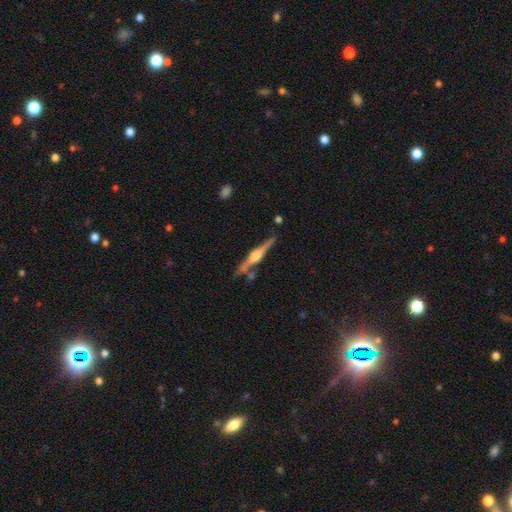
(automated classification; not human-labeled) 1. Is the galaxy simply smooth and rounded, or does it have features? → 83% featured or disk, 12% smooth, 5% star or artifact.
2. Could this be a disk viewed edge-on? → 98% yes, 2% no.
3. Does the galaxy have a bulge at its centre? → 89% rounded, 8% boxy, 3% none.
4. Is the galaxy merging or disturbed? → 80% none, 11% minor disturbance, 6% merger, 2% major disturbance.